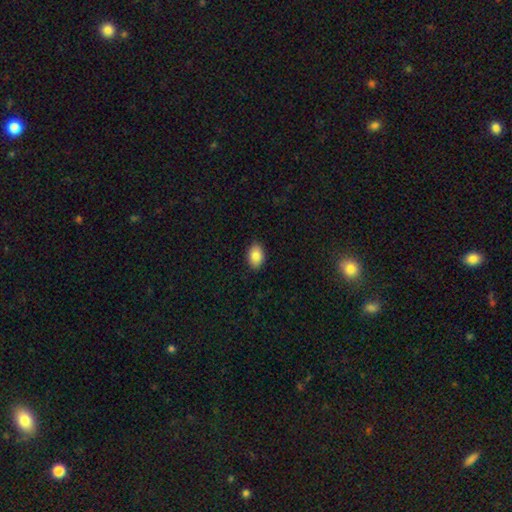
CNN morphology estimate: smooth-or-featured: smooth: 86% | star or artifact: 8% | featured or disk: 6%
  how-rounded: in between: 88% | round: 11% | cigar-shaped: 1%
  merging: none: 87% | minor disturbance: 10% | major disturbance: 2% | merger: 1%